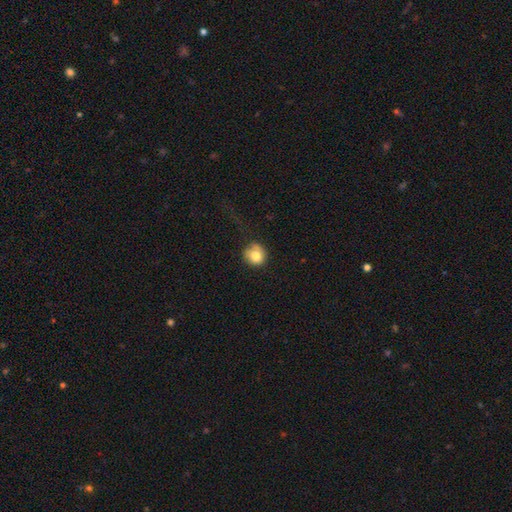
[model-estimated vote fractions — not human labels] Q: Smooth or featured?
A: smooth (78%); runner-up: featured or disk (13%)
Q: How rounded?
A: round (87%); runner-up: in between (12%)
Q: Merging?
A: none (59%); runner-up: minor disturbance (24%)